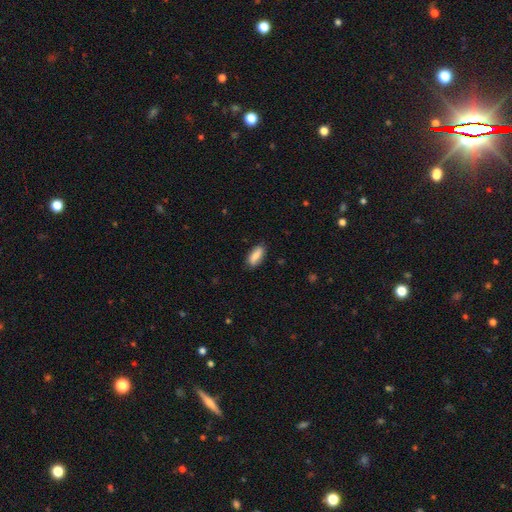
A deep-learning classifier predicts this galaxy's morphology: Smooth or featured? Predicted: smooth (p=0.82). How rounded? Predicted: in between (p=0.80). Merging? Predicted: none (p=0.84).